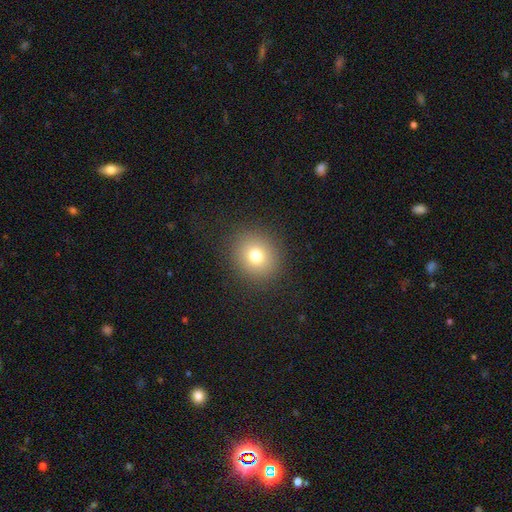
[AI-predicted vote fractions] smooth_or_featured: smooth (p=0.75) [alt: star or artifact p=0.14]
how_rounded: round (p=0.81) [alt: in between p=0.18]
merging: none (p=0.89) [alt: minor disturbance p=0.07]